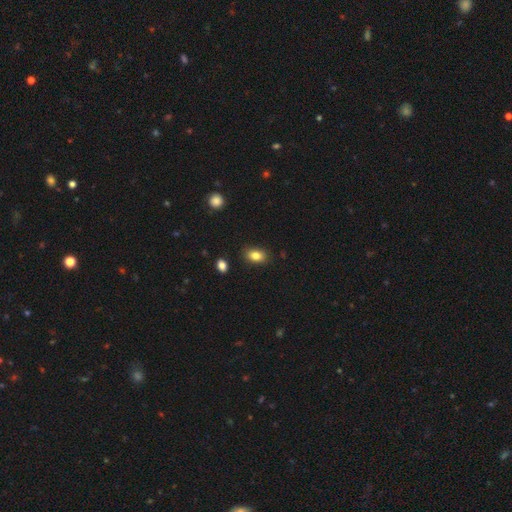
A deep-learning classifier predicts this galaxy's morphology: A smooth galaxy with no disk features (83%) that is in between round and cigar-shaped (84%).

Vote fractions:
- Smooth or featured? smooth: 83% / star or artifact: 9% / featured or disk: 8%
- How rounded? in between: 84% / round: 14% / cigar-shaped: 2%
- Merging? none: 86% / minor disturbance: 10% / major disturbance: 2% / merger: 2%